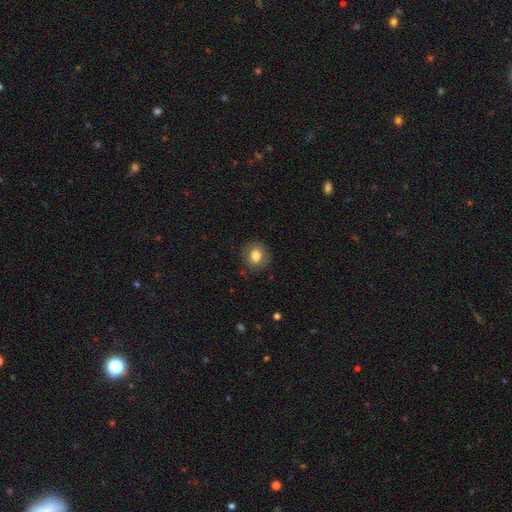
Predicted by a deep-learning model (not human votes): A smooth galaxy with no disk features (79%) that is round (78%). Merging: none (85%).